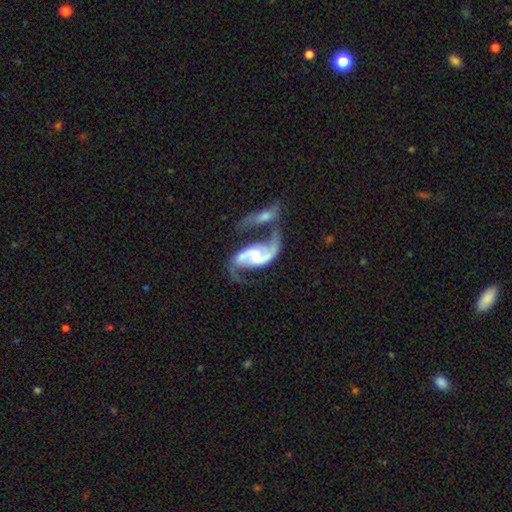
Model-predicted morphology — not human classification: Q: Smooth or featured?
A: featured or disk (90%); runner-up: smooth (5%)
Q: Edge-on disk?
A: no (97%); runner-up: yes (3%)
Q: Bar?
A: weak (48%); runner-up: no (26%)
Q: Spiral arms?
A: yes (97%); runner-up: no (3%)
Q: Spiral winding?
A: loose (64%); runner-up: medium (29%)
Q: Spiral arm count?
A: 2 (92%); runner-up: 1 (3%)
Q: Bulge size?
A: small (35%); runner-up: moderate (31%)
Q: Merging?
A: merger (44%); runner-up: none (29%)